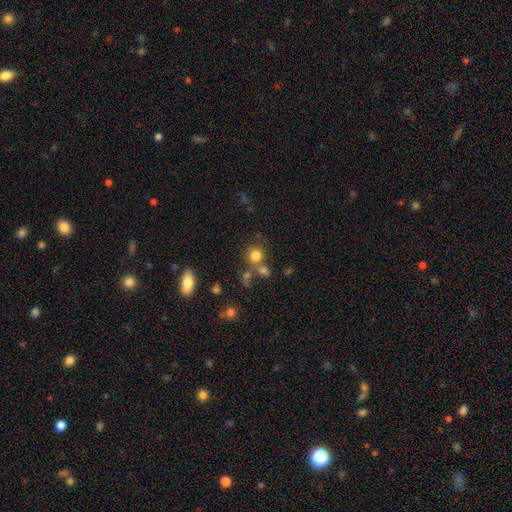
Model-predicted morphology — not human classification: The model was most divided on "merging": none: 61%, merger: 24%, minor disturbance: 10%, major disturbance: 5%. More confident: how rounded — round (86%); smooth or featured — smooth (77%).